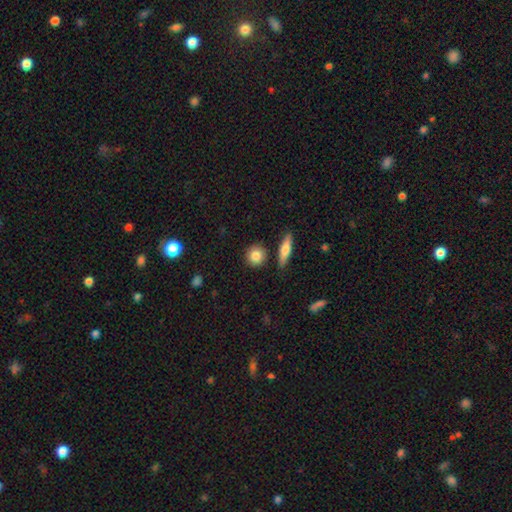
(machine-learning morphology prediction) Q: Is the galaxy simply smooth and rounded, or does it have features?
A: smooth — 84%.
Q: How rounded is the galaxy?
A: round — 84%.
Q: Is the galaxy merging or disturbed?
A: none — 83%.